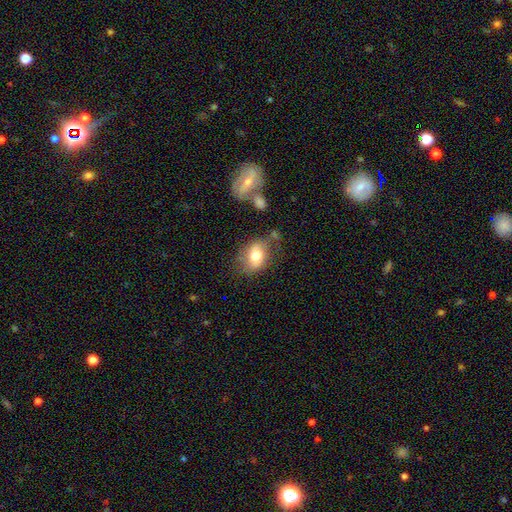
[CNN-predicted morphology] Smooth or featured: smooth — 68% (featured or disk — 24%)
How rounded: in between — 71% (round — 27%)
Merging: none — 62% (minor disturbance — 22%)